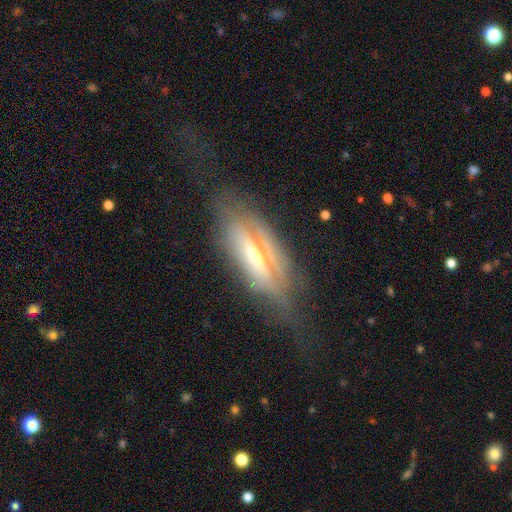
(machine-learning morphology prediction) type=featured or disk (63%); edge-on=yes (73%); merging=none (51%).